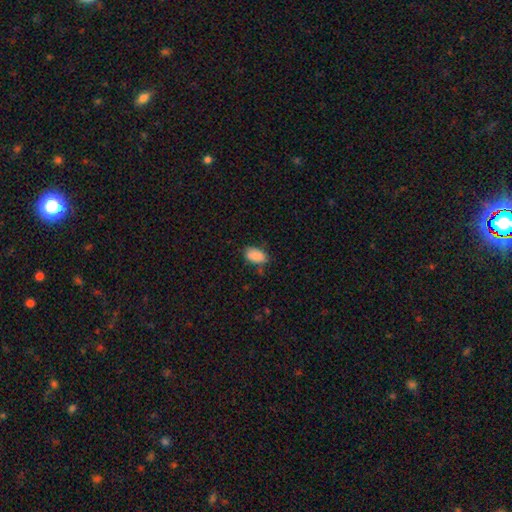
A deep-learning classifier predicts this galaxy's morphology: Overall: smooth (88%). How rounded: in between (92%). Merging: none (71%).